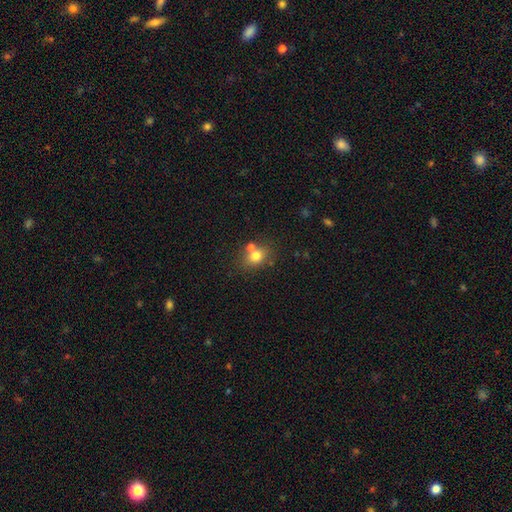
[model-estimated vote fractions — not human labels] Q: Smooth or featured?
A: smooth (75%); runner-up: star or artifact (13%)
Q: How rounded?
A: round (55%); runner-up: in between (44%)
Q: Merging?
A: none (61%); runner-up: merger (24%)